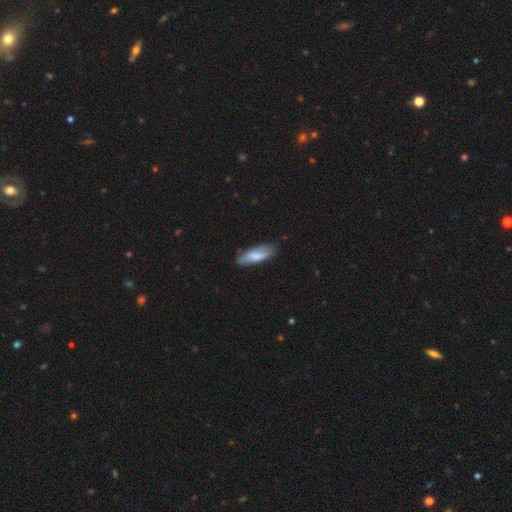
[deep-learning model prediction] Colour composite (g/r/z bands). It shows a smooth galaxy with no disk features (66%) that is in between round and cigar-shaped (59%). Merging: none (74%).